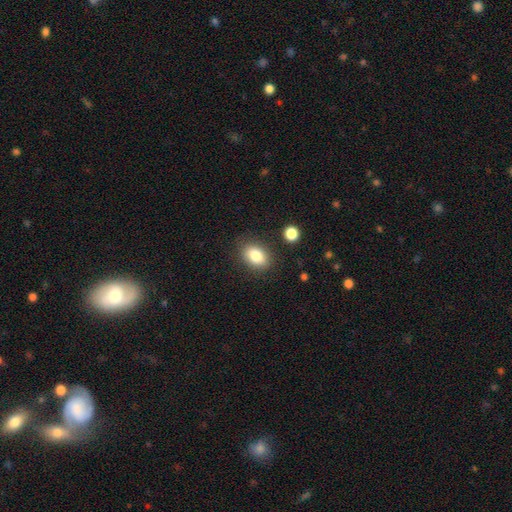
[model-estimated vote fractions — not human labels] smooth-or-featured: smooth: 83% | star or artifact: 9% | featured or disk: 8%
  how-rounded: in between: 76% | round: 23% | cigar-shaped: 1%
  merging: none: 84% | minor disturbance: 11% | major disturbance: 3% | merger: 2%